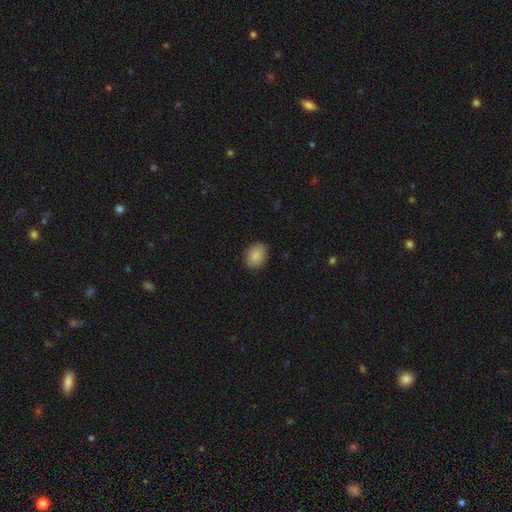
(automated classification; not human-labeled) Morphology: type=smooth (88%); roundness=in between (63%); merging=none (84%).